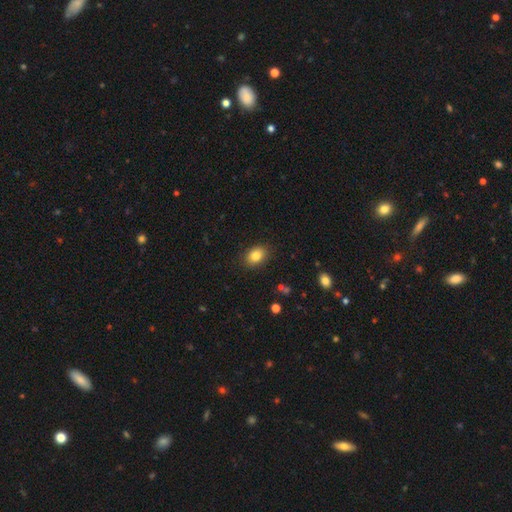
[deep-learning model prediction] Smooth or featured?
  - smooth: 84% *
  - star or artifact: 9%
  - featured or disk: 7%
How rounded?
  - in between: 74% *
  - round: 25%
  - cigar-shaped: 1%
Merging?
  - none: 87% *
  - minor disturbance: 9%
  - major disturbance: 2%
  - merger: 1%